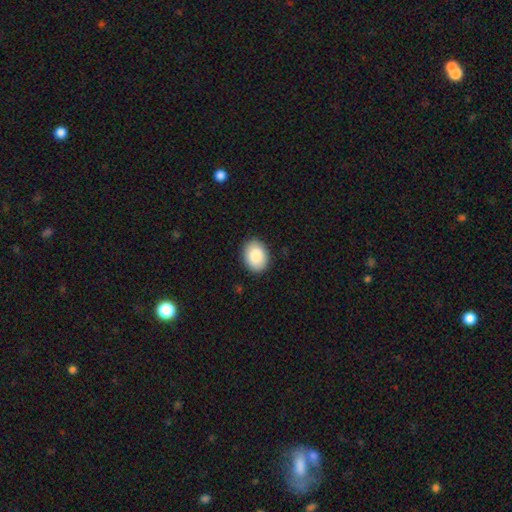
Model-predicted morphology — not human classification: A smooth galaxy with no disk features (87%) that is in between round and cigar-shaped (71%).

Vote fractions:
- Smooth or featured? smooth: 87% / star or artifact: 7% / featured or disk: 6%
- How rounded? in between: 71% / round: 28% / cigar-shaped: 1%
- Merging? none: 89% / minor disturbance: 8% / major disturbance: 2% / merger: 1%